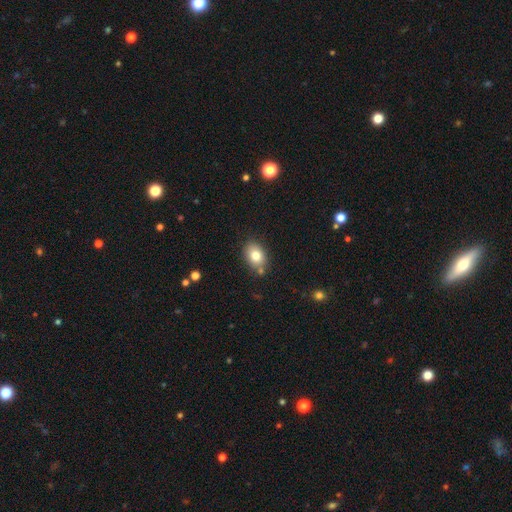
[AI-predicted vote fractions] This is likely a smooth galaxy (79%). How rounded: likely in between (73%). Merging: likely none (76%).